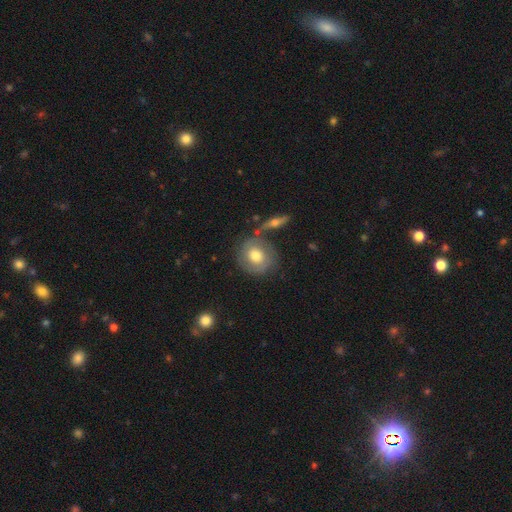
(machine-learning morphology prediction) type=smooth (55%); roundness=round (81%); merging=none (65%).